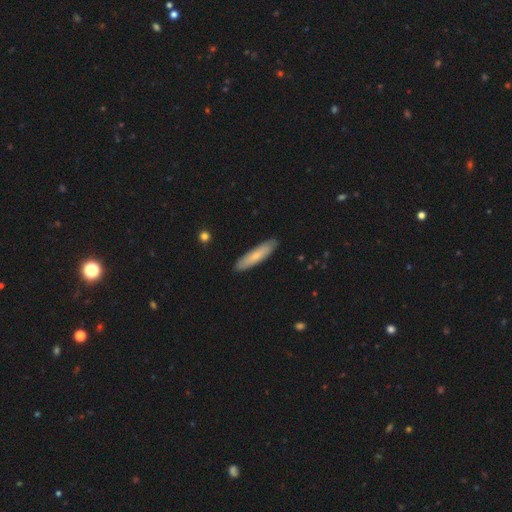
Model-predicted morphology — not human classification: The model was most divided on "smooth or featured": smooth: 72%, featured or disk: 23%, star or artifact: 5%. More confident: merging — none (90%); how rounded — cigar-shaped (80%).